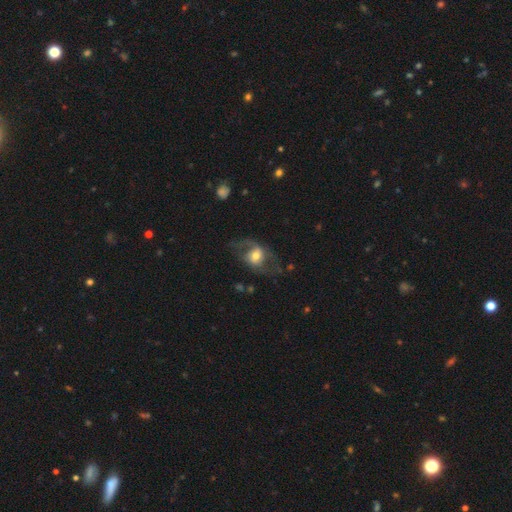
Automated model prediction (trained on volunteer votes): This is possibly a featured or disk galaxy (56%). It is clearly not viewed edge-on (93%). Bar: possibly no (51%). Spiral arm pattern: likely yes (66%). Central bulge: possibly moderate (59%). Merging: possibly none (52%).